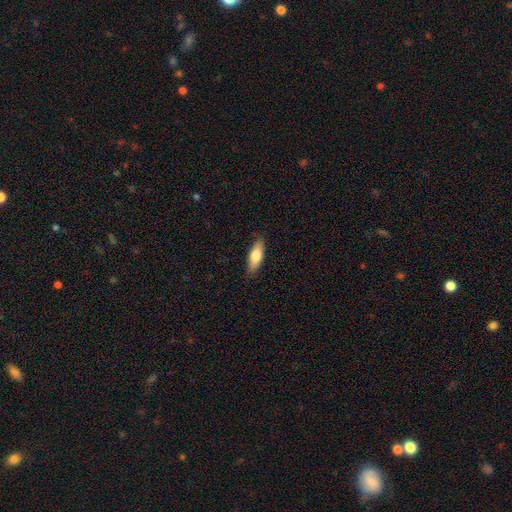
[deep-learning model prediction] Morphology: type=smooth (72%); roundness=in between (58%); merging=none (85%).